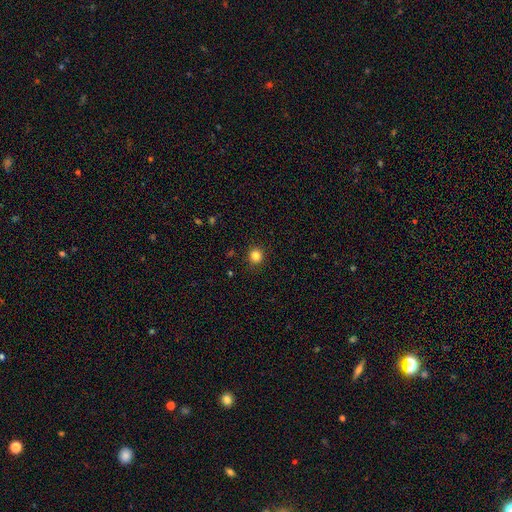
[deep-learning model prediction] smooth_or_featured: smooth (p=0.84) [alt: star or artifact p=0.12]
how_rounded: round (p=0.90) [alt: in between p=0.09]
merging: none (p=0.91) [alt: minor disturbance p=0.06]